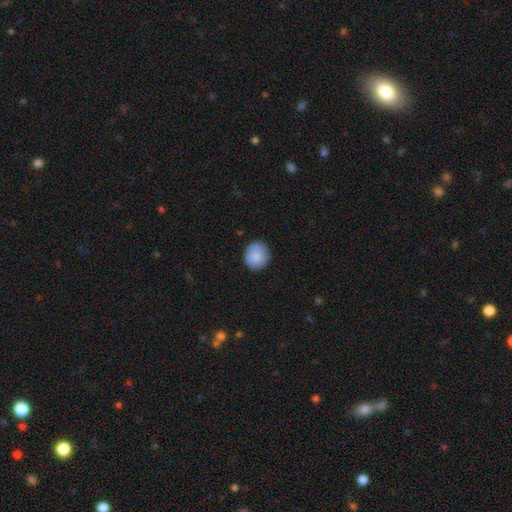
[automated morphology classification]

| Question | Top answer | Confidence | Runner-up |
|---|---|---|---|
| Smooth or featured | smooth | 85% | featured or disk (9%) |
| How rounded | round | 79% | in between (20%) |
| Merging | none | 84% | minor disturbance (13%) |